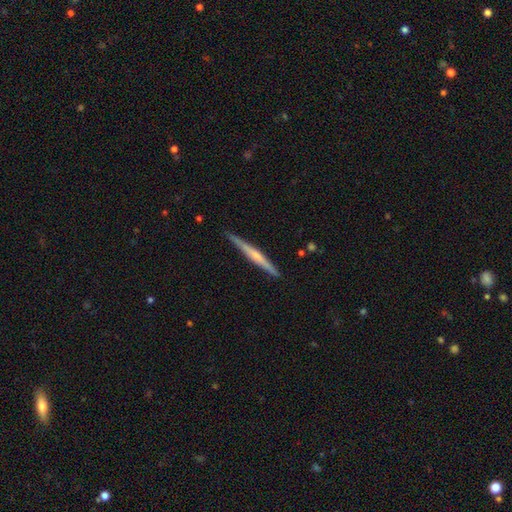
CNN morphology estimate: Q: Smooth or featured?
A: featured or disk (62%); runner-up: smooth (32%)
Q: Edge-on disk?
A: yes (98%); runner-up: no (2%)
Q: Edge-on bulge?
A: rounded (48%); runner-up: none (41%)
Q: Merging?
A: none (89%); runner-up: minor disturbance (9%)